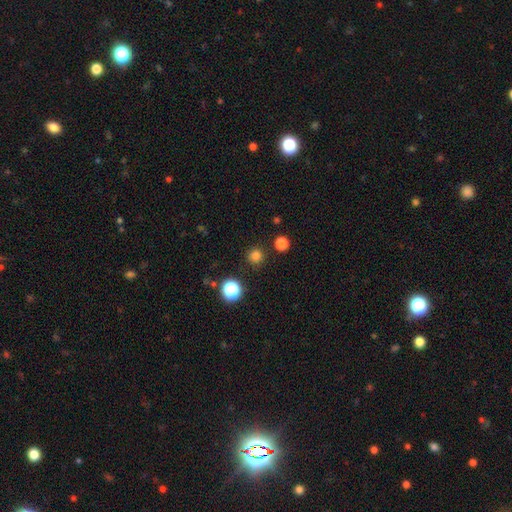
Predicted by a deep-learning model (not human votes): This is likely a smooth galaxy (79%). How rounded: clearly round (95%). Merging: clearly none (89%).